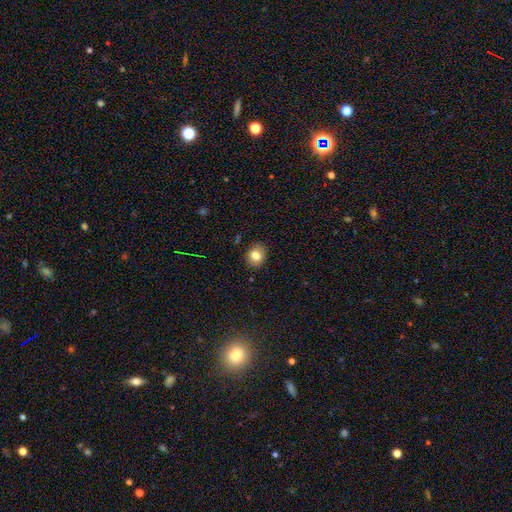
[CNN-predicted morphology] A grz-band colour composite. It shows a smooth galaxy with no disk features (80%) that is round (61%). Merging: none (86%).